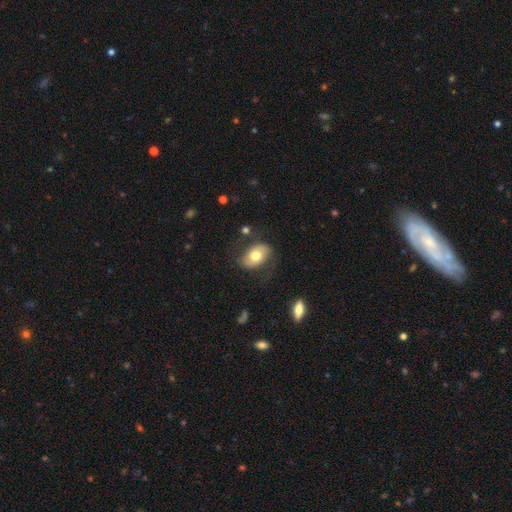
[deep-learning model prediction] Overall: smooth (57%; featured or disk 36%). How rounded: in between (85%). Merging: none (66%).